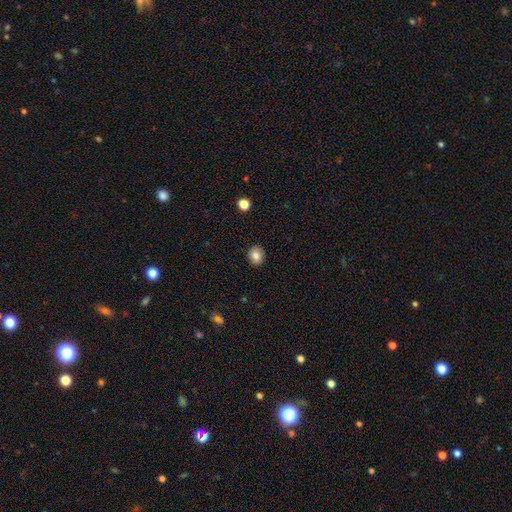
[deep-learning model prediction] The model was most divided on "how rounded": round: 69%, in between: 30%, cigar-shaped: 1%. More confident: merging — none (90%); smooth or featured — smooth (82%).